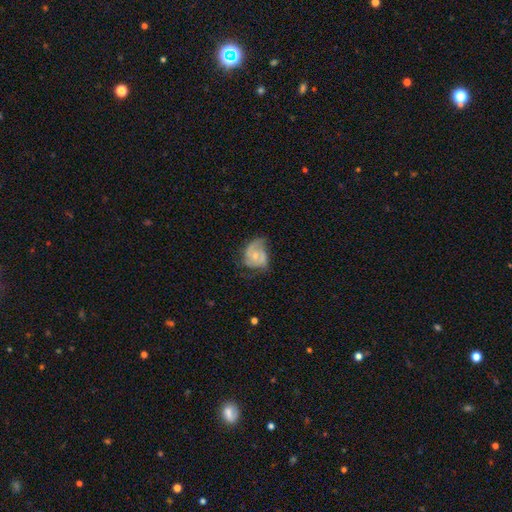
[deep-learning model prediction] Overall: featured or disk (61%; smooth 32%). Edge-on disk: no (98%). Bar: no (76%). Spiral arms: yes (81%). Bulge size: small (55%; moderate 38%). Merging: none (42%; minor disturbance 32%).